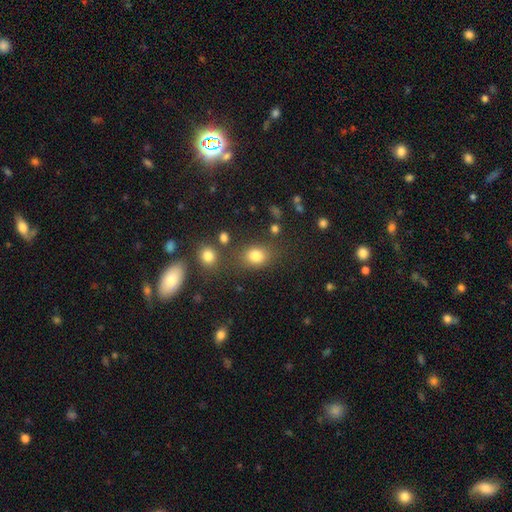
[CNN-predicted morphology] Smooth or featured? smooth (79%)
How rounded? in between (51%)
Merging? none (71%)